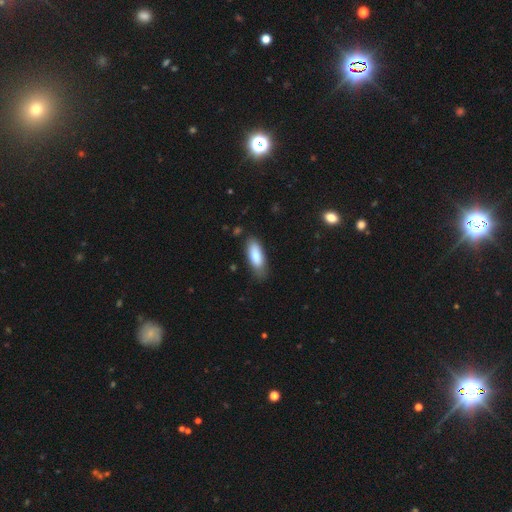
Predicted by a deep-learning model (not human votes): Smooth or featured?
  - smooth: 78% *
  - featured or disk: 16%
  - star or artifact: 6%
How rounded?
  - in between: 73% *
  - cigar-shaped: 25%
  - round: 2%
Merging?
  - none: 76% *
  - minor disturbance: 18%
  - major disturbance: 4%
  - merger: 2%